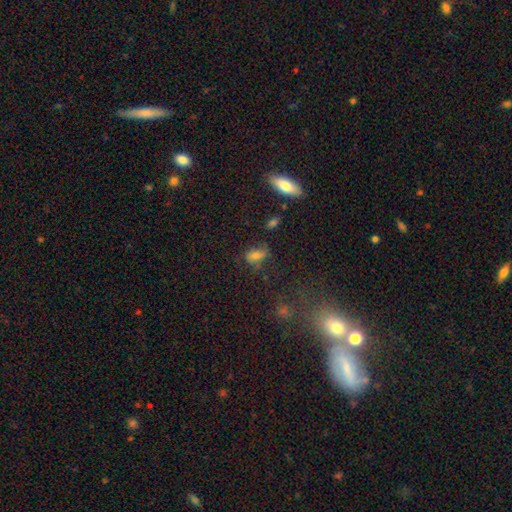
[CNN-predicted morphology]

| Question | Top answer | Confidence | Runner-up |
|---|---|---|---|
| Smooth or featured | smooth | 60% | featured or disk (22%) |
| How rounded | in between | 77% | round (16%) |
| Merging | none | 58% | minor disturbance (24%) |